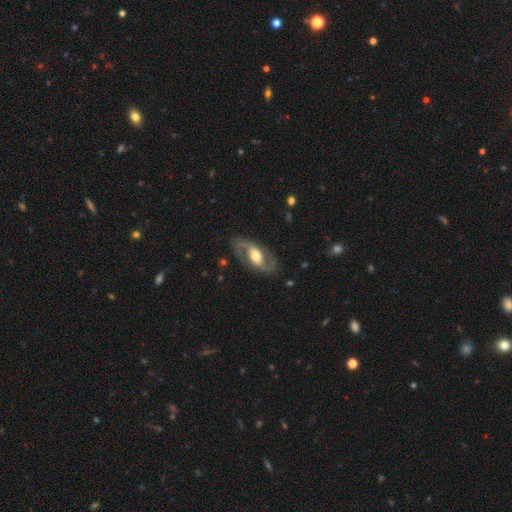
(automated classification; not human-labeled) featured or disk 86%, smooth 9%, star or artifact 5%. Down the decision tree: edge-on disk — no (96%); bar — weak (39%); spiral arms — yes (93%); spiral arm count — 2 (93%); spiral winding — medium (55%); bulge size — moderate (61%); merging — none (83%).